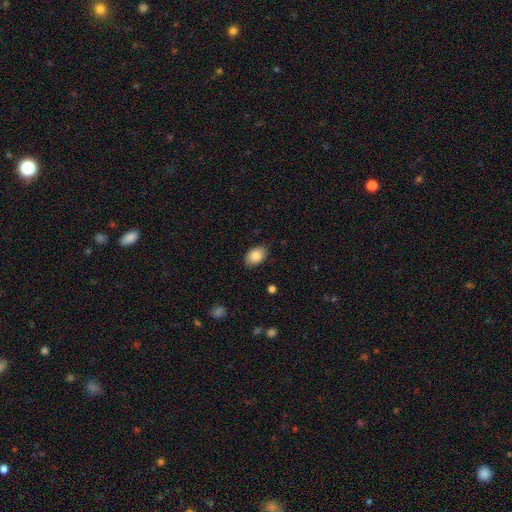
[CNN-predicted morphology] The model was most divided on "how rounded": in between: 84%, round: 15%, cigar-shaped: 1%. More confident: smooth or featured — smooth (86%); merging — none (84%).